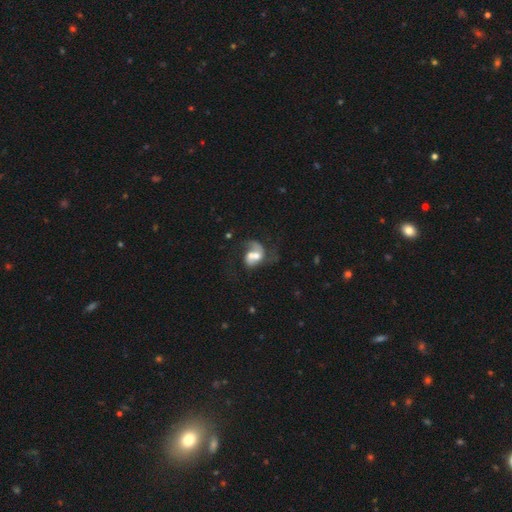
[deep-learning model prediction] This is likely a featured or disk galaxy (61%). It is clearly not viewed edge-on (97%). Bar: likely no (65%). Spiral arm pattern: likely yes (74%). Central bulge: possibly moderate (53%). Merging: possibly merger (57%).